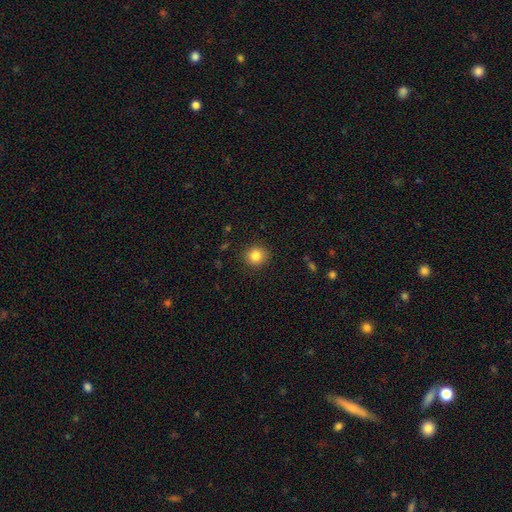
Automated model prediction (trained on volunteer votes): Q: Smooth or featured?
A: smooth (84%); runner-up: star or artifact (10%)
Q: How rounded?
A: round (88%); runner-up: in between (11%)
Q: Merging?
A: none (90%); runner-up: minor disturbance (7%)